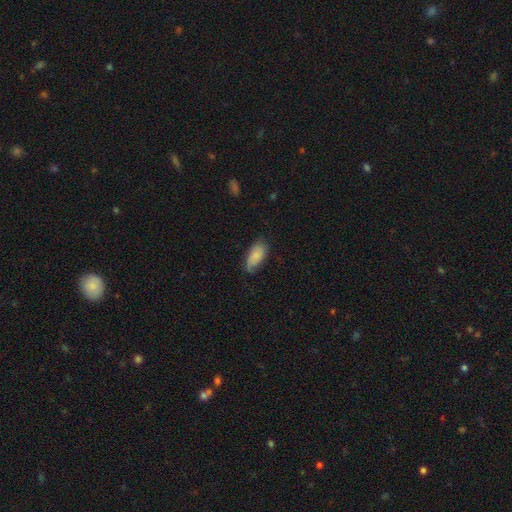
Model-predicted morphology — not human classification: Q: Smooth or featured?
A: smooth (83%); runner-up: featured or disk (11%)
Q: How rounded?
A: in between (91%); runner-up: cigar-shaped (7%)
Q: Merging?
A: none (63%); runner-up: minor disturbance (30%)